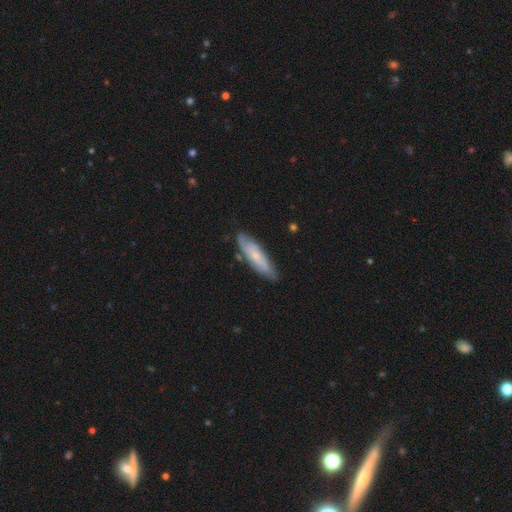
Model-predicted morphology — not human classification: Smooth or featured?
  - featured or disk: 51% *
  - smooth: 43%
  - star or artifact: 6%
Edge-on disk?
  - no: 65% *
  - yes: 35%
Merging?
  - none: 76% *
  - minor disturbance: 18%
  - major disturbance: 3%
  - merger: 2%